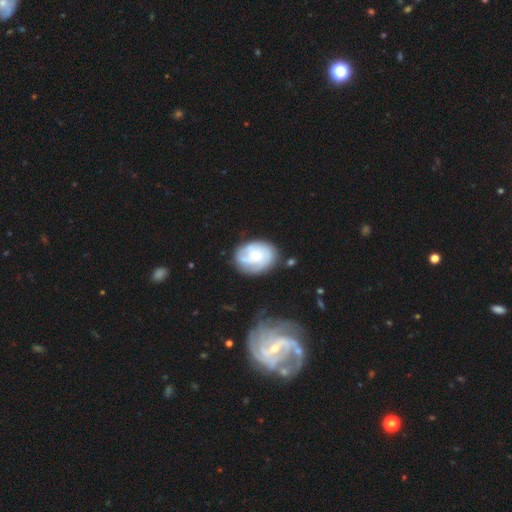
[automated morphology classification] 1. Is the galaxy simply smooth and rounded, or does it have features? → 55% featured or disk, 38% smooth, 7% star or artifact.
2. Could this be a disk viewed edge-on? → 97% no, 3% yes.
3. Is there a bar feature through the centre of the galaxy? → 74% no, 22% weak, 4% strong.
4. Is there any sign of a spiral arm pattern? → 81% yes, 19% no.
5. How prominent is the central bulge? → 51% small, 35% moderate, 6% large, 6% none, 2% dominant.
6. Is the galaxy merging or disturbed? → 65% none, 22% minor disturbance, 9% major disturbance, 4% merger.